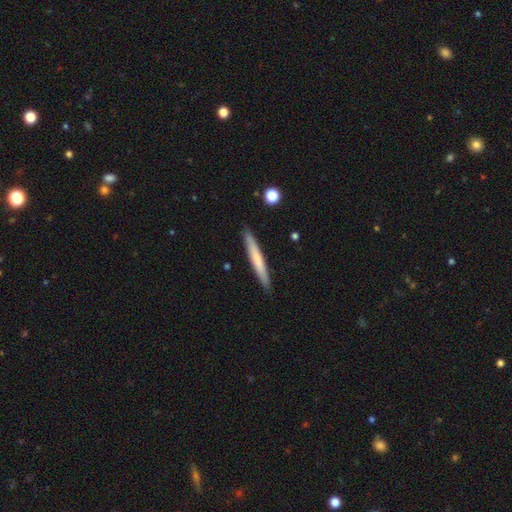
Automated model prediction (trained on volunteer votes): A smooth galaxy with no disk features (64%) that is cigar-shaped (96%). Merging: none (91%).